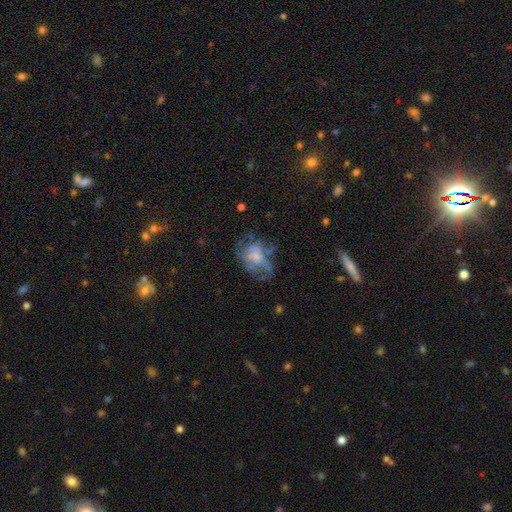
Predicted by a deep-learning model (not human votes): Smooth or featured?
  - featured or disk: 51% *
  - smooth: 36%
  - star or artifact: 12%
Edge-on disk?
  - no: 97% *
  - yes: 3%
Merging?
  - major disturbance: 38% *
  - none: 37%
  - minor disturbance: 22%
  - merger: 4%